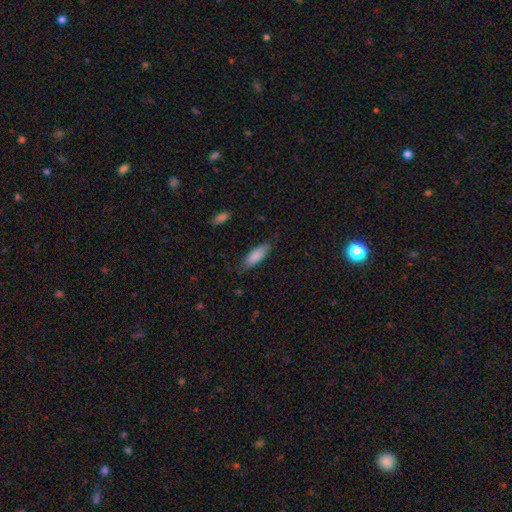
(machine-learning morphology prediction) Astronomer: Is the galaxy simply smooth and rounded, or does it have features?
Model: smooth — 86%.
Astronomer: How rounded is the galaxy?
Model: in between — 64%.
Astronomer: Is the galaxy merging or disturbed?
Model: none — 79%.